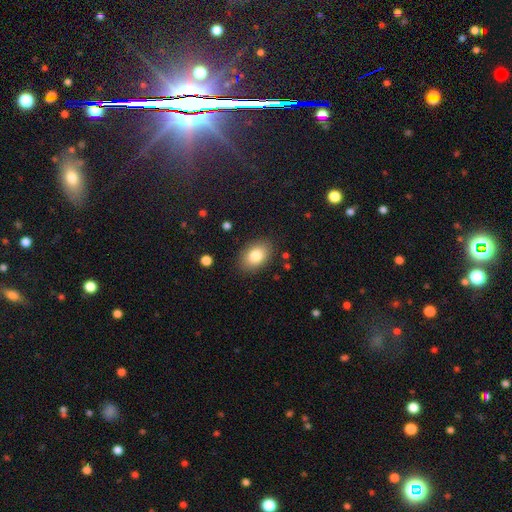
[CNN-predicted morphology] type=smooth (82%); roundness=in between (86%); merging=none (85%).